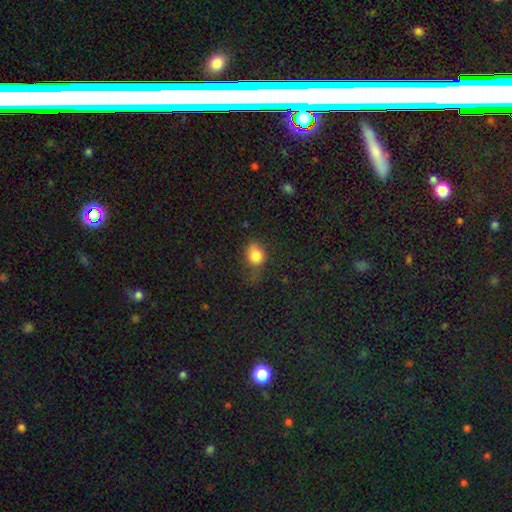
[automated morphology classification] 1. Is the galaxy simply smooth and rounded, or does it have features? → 82% smooth, 10% star or artifact, 8% featured or disk.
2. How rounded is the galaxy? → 50% round, 48% in between, 2% cigar-shaped.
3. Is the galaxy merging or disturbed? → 49% none, 31% minor disturbance, 18% major disturbance, 2% merger.